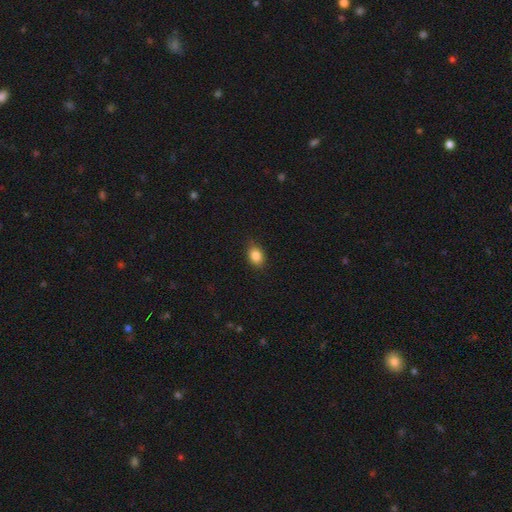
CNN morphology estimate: Q: Smooth or featured?
A: smooth (86%); runner-up: star or artifact (9%)
Q: How rounded?
A: in between (71%); runner-up: round (28%)
Q: Merging?
A: none (85%); runner-up: minor disturbance (12%)